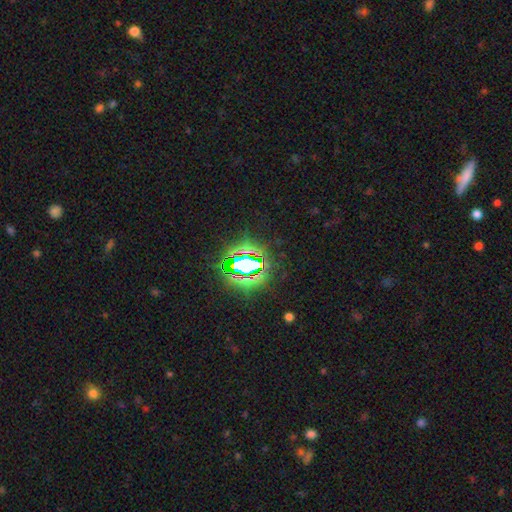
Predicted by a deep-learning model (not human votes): star or artifact 71%, smooth 18%, featured or disk 12%.